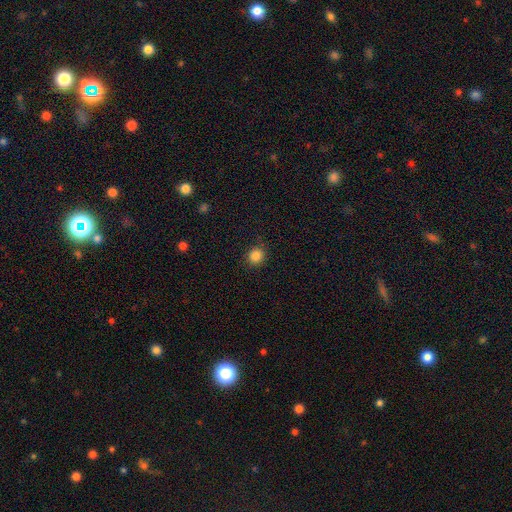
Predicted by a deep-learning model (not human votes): Smooth or featured? Predicted: smooth (p=0.85). How rounded? Predicted: round (p=0.84). Merging? Predicted: none (p=0.87).